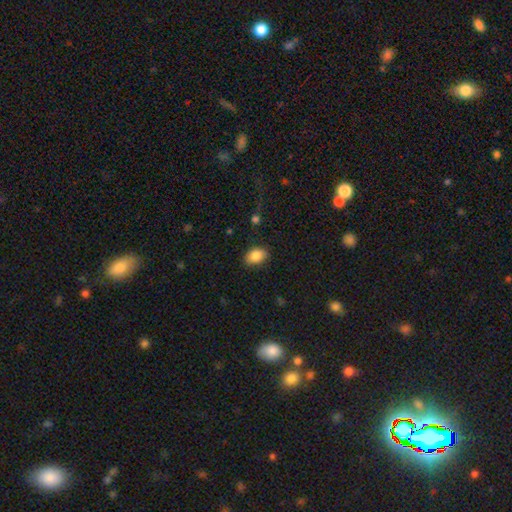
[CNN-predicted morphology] type=smooth (86%); roundness=in between (82%); merging=none (84%).